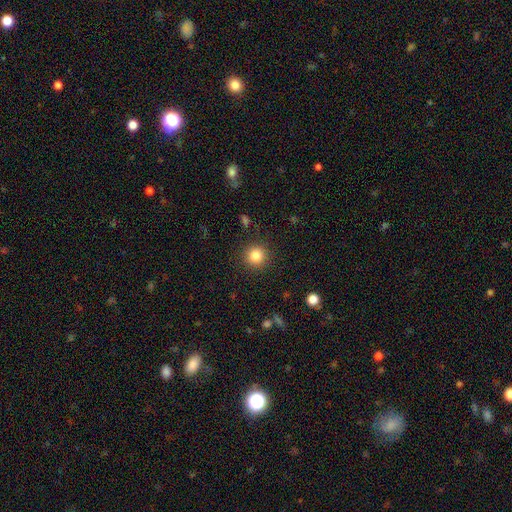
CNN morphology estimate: Q: Smooth or featured?
A: smooth (84%); runner-up: star or artifact (11%)
Q: How rounded?
A: round (94%); runner-up: in between (6%)
Q: Merging?
A: none (90%); runner-up: minor disturbance (6%)